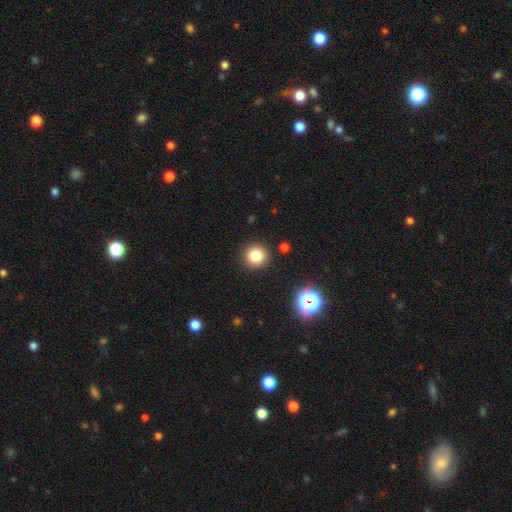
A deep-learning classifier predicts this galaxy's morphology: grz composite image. It shows a smooth galaxy with no disk features (80%) that is round (94%). Merging: none (90%).